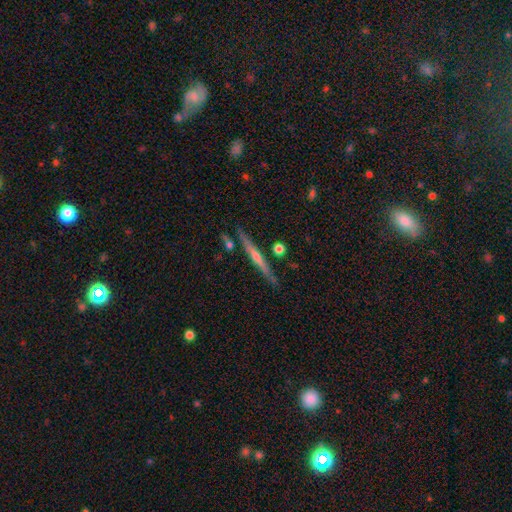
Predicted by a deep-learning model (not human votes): featured or disk 70%, smooth 24%, star or artifact 6%. Down the decision tree: edge-on disk — yes (97%); edge-on bulge — rounded (66%); merging — none (86%).